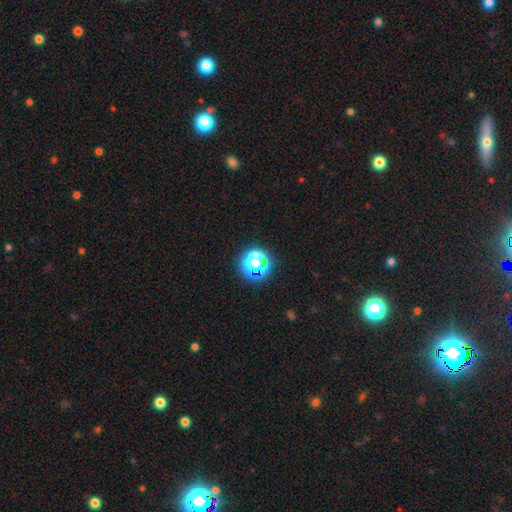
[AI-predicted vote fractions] smooth_or_featured: smooth (p=0.47) [alt: star or artifact p=0.43]
merging: none (p=0.75) [alt: minor disturbance p=0.13]